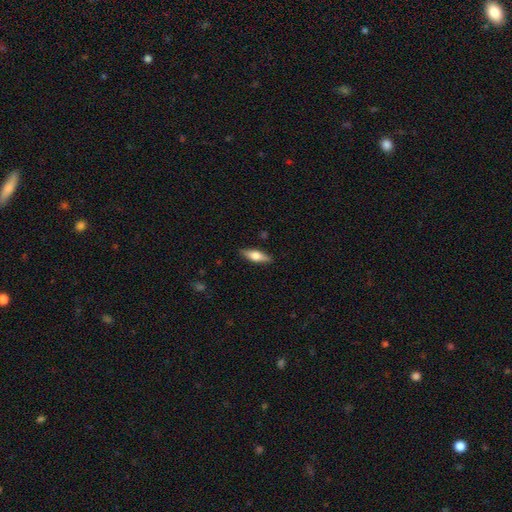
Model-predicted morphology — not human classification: This is possibly a smooth galaxy (58%). How rounded: possibly in between (52%). Merging: clearly none (88%).